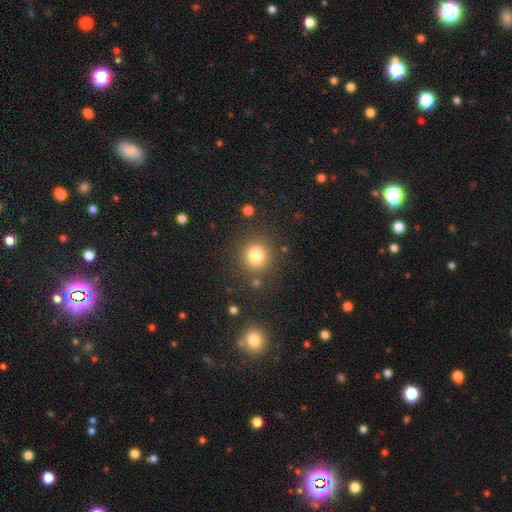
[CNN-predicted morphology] Smooth or featured? Predicted: smooth (p=0.80). How rounded? Predicted: round (p=0.91). Merging? Predicted: none (p=0.84).